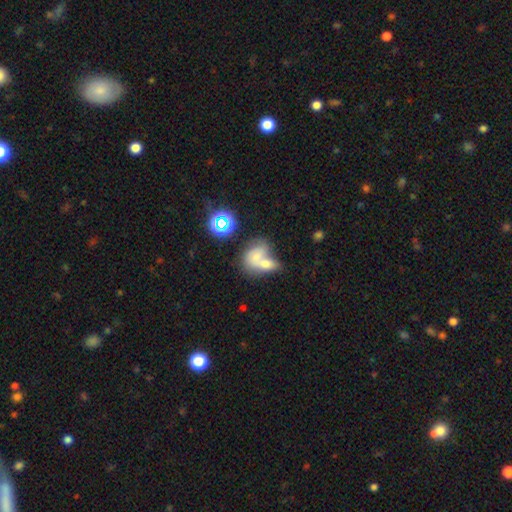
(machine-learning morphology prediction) This appears to be a smooth galaxy with no disk features (60%) that is in between round and cigar-shaped (69%). Merging: merger (69%).